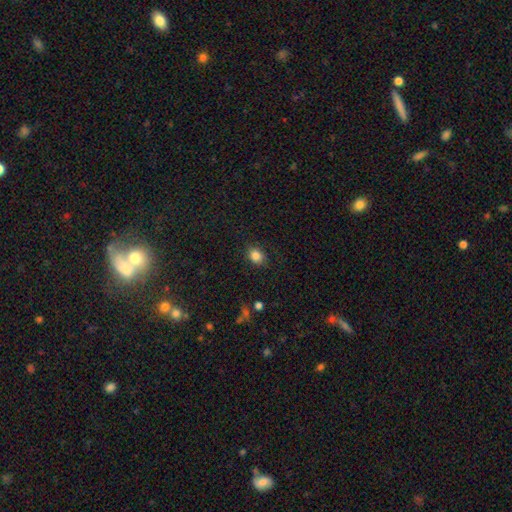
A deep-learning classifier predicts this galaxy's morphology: Smooth or featured?
  - smooth: 84% *
  - star or artifact: 10%
  - featured or disk: 6%
How rounded?
  - in between: 54% *
  - round: 45%
  - cigar-shaped: 1%
Merging?
  - none: 83% *
  - minor disturbance: 13%
  - major disturbance: 3%
  - merger: 1%